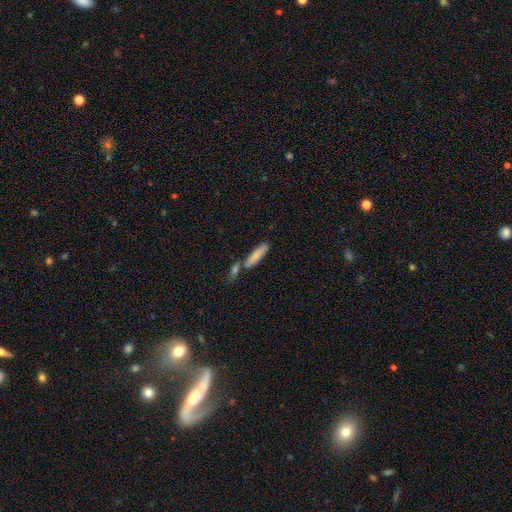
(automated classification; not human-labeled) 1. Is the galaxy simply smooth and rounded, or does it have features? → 77% smooth, 16% featured or disk, 6% star or artifact.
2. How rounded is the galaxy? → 73% cigar-shaped, 25% in between, 2% round.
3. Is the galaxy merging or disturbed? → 57% none, 28% merger, 12% minor disturbance, 3% major disturbance.